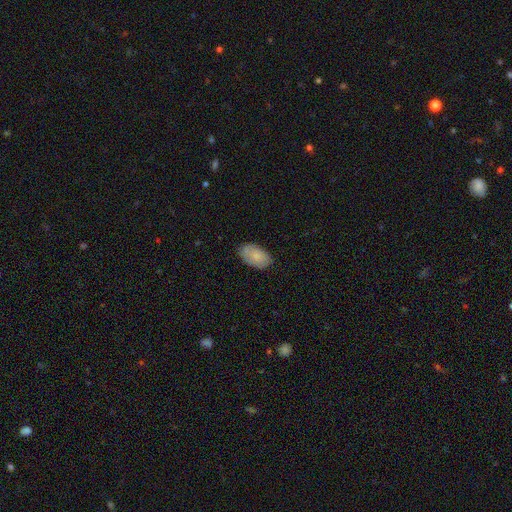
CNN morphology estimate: Smooth or featured?
  - smooth: 79% *
  - featured or disk: 15%
  - star or artifact: 7%
How rounded?
  - in between: 93% *
  - round: 5%
  - cigar-shaped: 1%
Merging?
  - none: 76% *
  - minor disturbance: 19%
  - major disturbance: 4%
  - merger: 1%